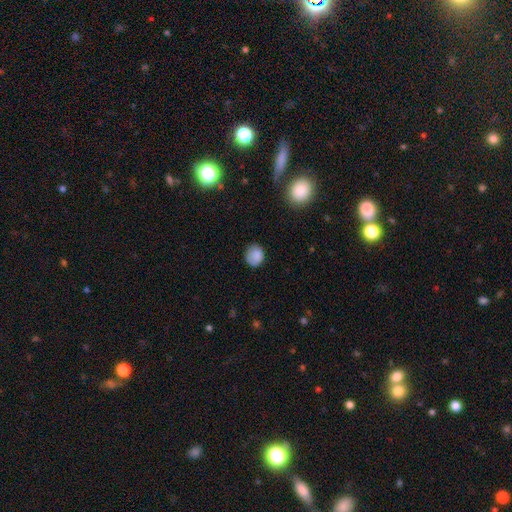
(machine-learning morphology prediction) Smooth or featured? smooth (83%)
How rounded? round (73%)
Merging? none (72%)